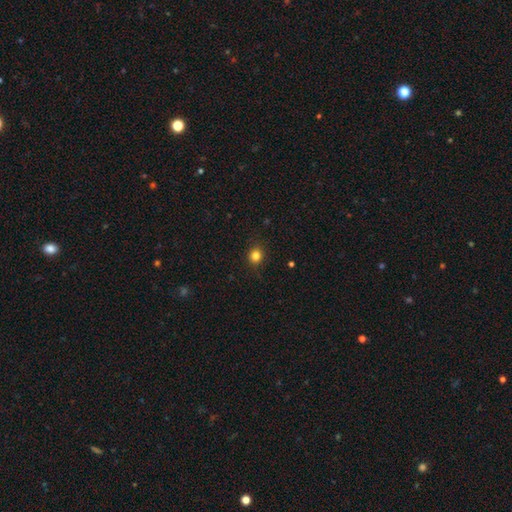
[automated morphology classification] This appears to be a smooth galaxy with no disk features (83%) that is round (82%). Merging: none (89%).